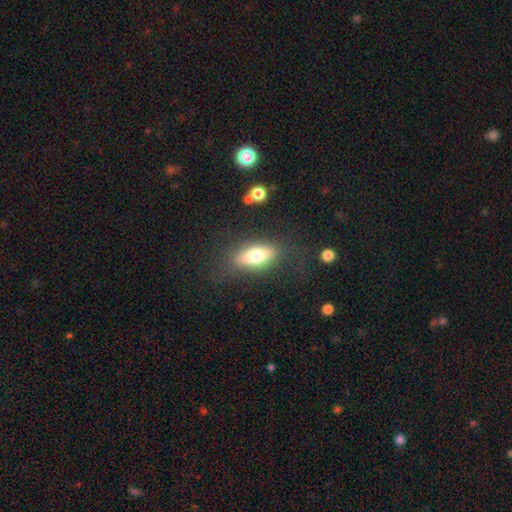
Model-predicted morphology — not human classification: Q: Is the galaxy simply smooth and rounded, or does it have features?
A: smooth — 66%.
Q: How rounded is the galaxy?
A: in between — 73%.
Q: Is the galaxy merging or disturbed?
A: none — 80%.